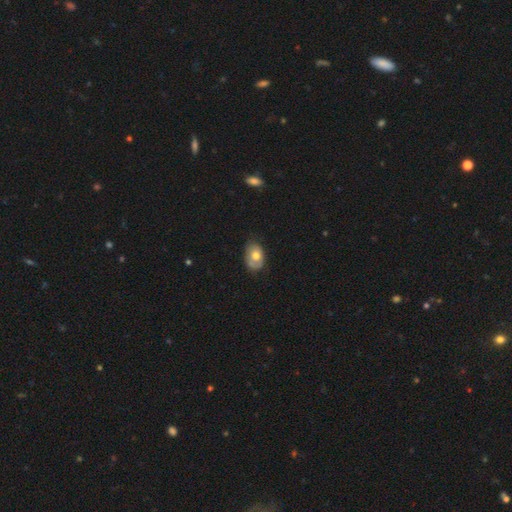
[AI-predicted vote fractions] Smooth or featured? smooth (64%)
How rounded? in between (83%)
Merging? none (57%)